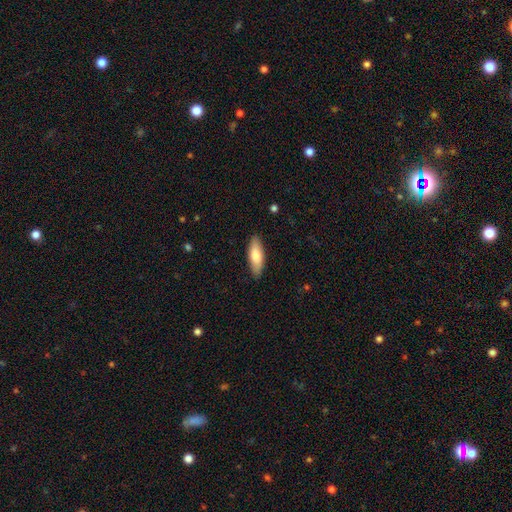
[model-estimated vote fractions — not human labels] smooth_or_featured: smooth (p=0.76) [alt: featured or disk p=0.18]
how_rounded: in between (p=0.63) [alt: cigar-shaped p=0.36]
merging: none (p=0.88) [alt: minor disturbance p=0.09]